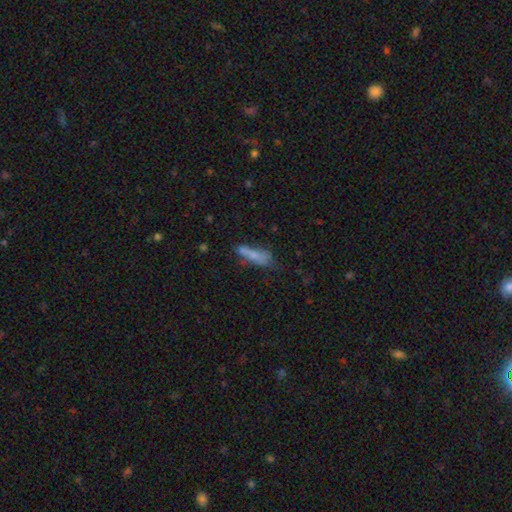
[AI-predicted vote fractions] Smooth or featured?
  - smooth: 67% *
  - featured or disk: 22%
  - star or artifact: 11%
How rounded?
  - cigar-shaped: 55% *
  - in between: 41%
  - round: 3%
Merging?
  - none: 38% *
  - minor disturbance: 27%
  - major disturbance: 20%
  - merger: 16%